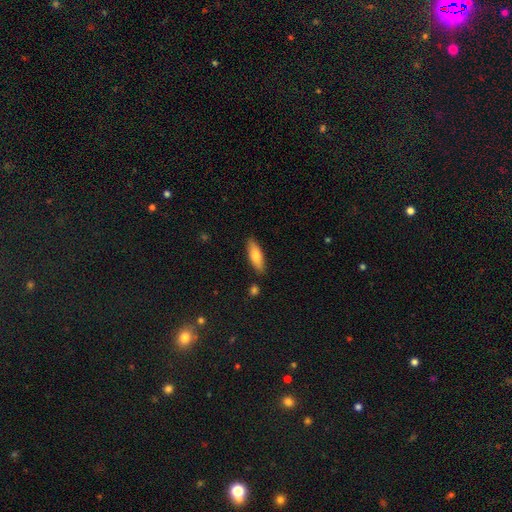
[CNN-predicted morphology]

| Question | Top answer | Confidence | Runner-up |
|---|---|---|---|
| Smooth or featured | smooth | 75% | featured or disk (19%) |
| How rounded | in between | 55% | cigar-shaped (43%) |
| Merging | none | 85% | minor disturbance (10%) |